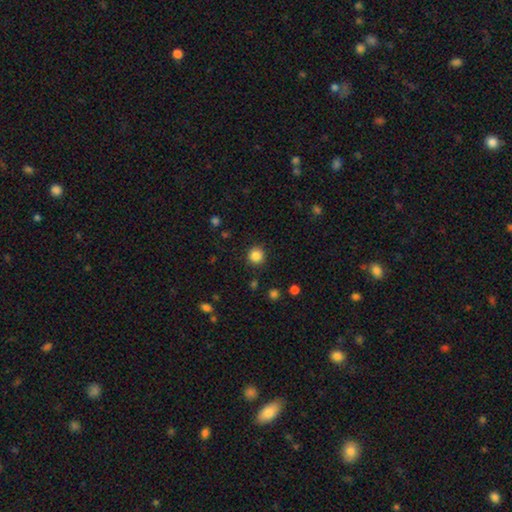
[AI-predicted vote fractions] A smooth galaxy with no disk features (85%) that is round (94%). Merging: none (90%).